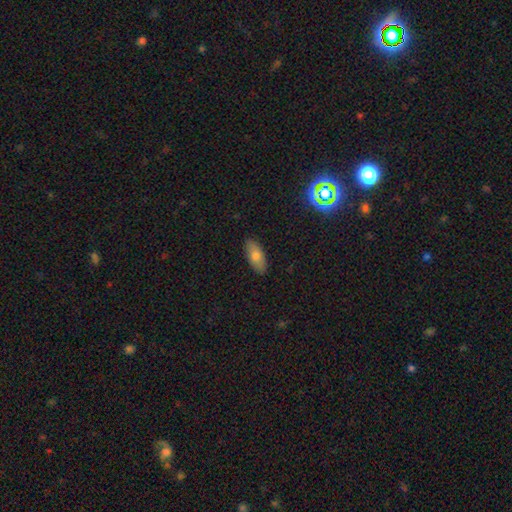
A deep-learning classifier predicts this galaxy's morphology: A smooth galaxy with no disk features (74%) that is in between round and cigar-shaped (81%). Merging: none (88%).